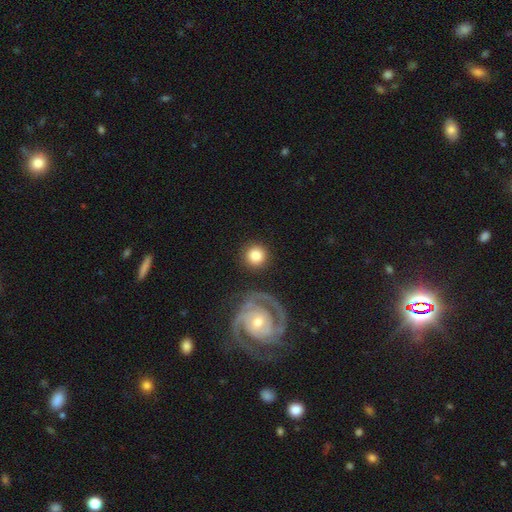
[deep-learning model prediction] Morphology: type=smooth (79%); roundness=round (94%); merging=none (85%).